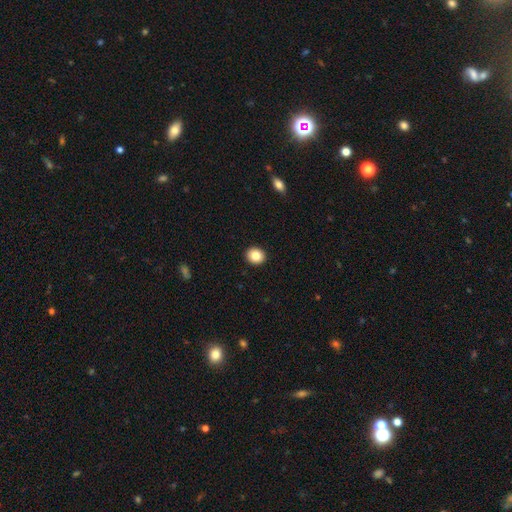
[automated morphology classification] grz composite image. It shows a smooth galaxy with no disk features (85%) that is round (76%). Merging: none (93%).